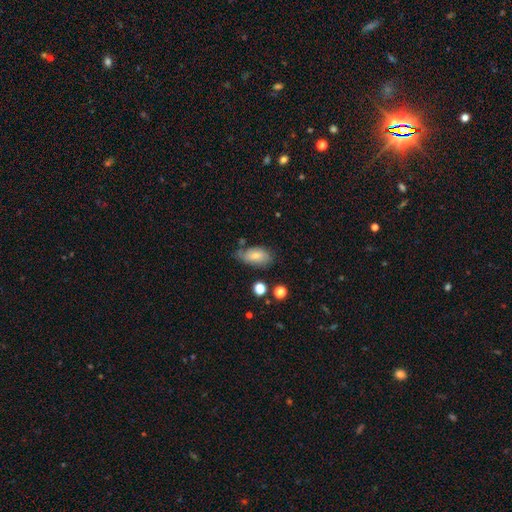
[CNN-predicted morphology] This is likely a smooth galaxy (70%). How rounded: clearly in between (91%). Merging: possibly none (57%).